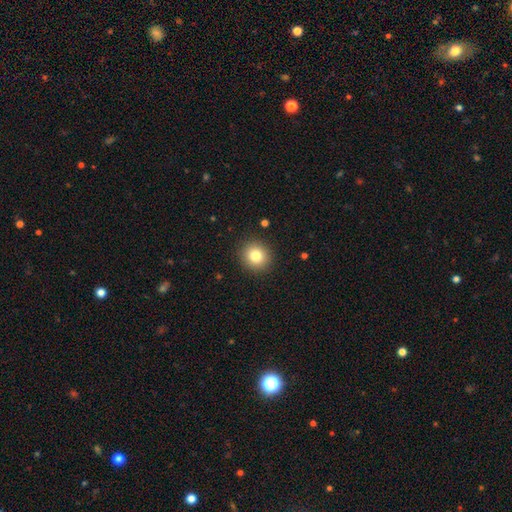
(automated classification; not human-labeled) Morphology: type=smooth (81%); roundness=round (89%); merging=none (91%).